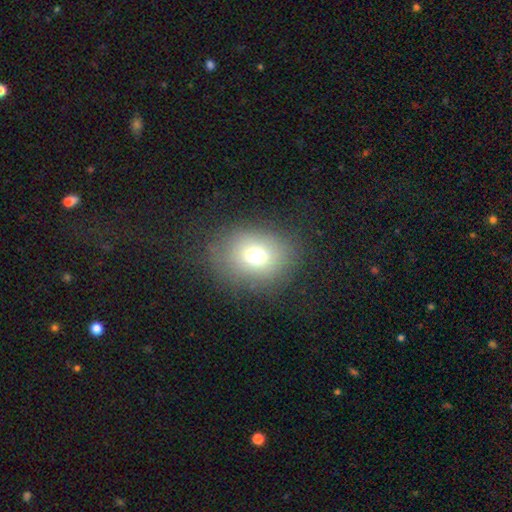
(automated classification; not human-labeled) smooth 71%, star or artifact 16%, featured or disk 13%. Down the decision tree: how rounded — round (54%); merging — none (77%).